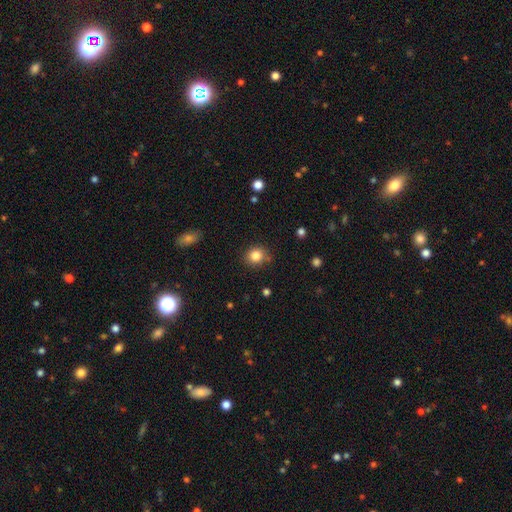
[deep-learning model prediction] Overall: smooth (83%). How rounded: round (79%). Merging: none (83%).